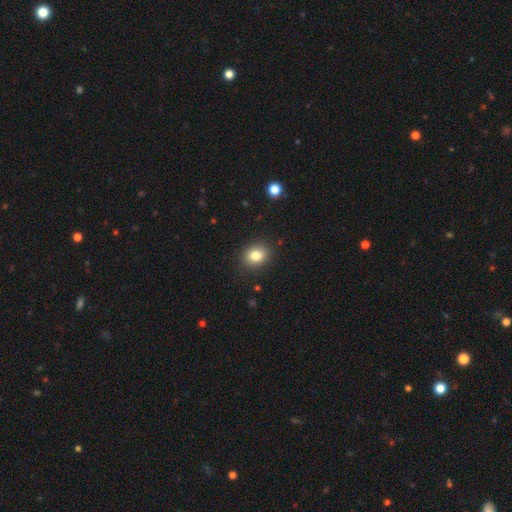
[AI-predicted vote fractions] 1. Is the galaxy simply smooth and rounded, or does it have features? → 82% smooth, 11% star or artifact, 7% featured or disk.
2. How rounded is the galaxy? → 57% round, 43% in between, 1% cigar-shaped.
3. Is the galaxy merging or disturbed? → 88% none, 8% minor disturbance, 2% major disturbance, 1% merger.